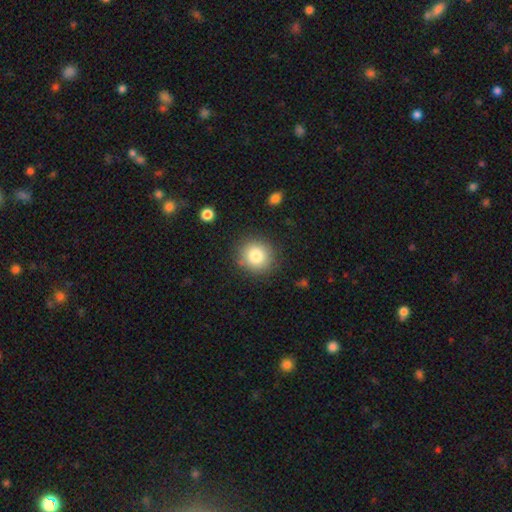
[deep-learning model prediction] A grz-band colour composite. It shows a smooth galaxy with no disk features (81%) that is round (90%). Merging: none (87%).